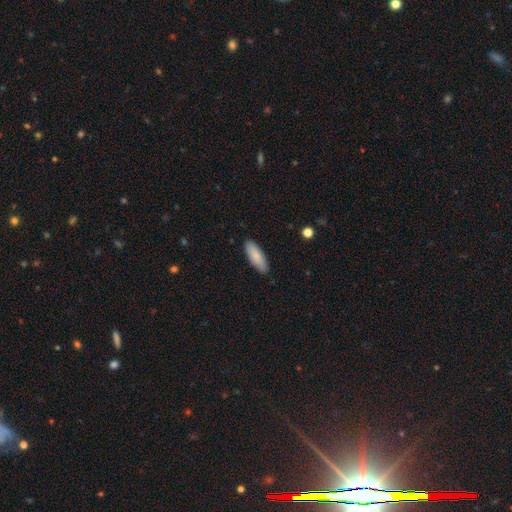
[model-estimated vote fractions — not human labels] This appears to be a smooth galaxy with no disk features (86%) that is in between round and cigar-shaped (61%). Merging: none (89%).